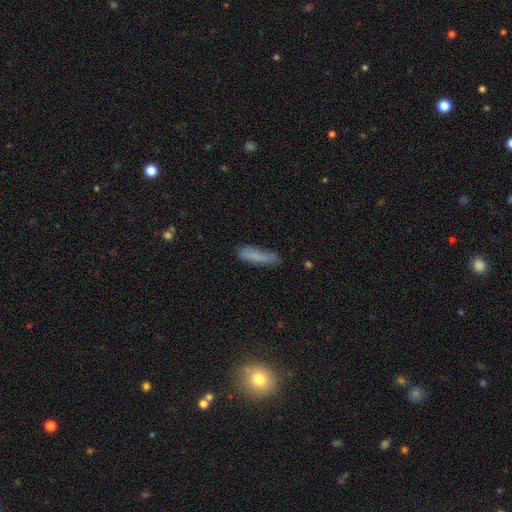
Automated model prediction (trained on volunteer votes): Morphology: type=smooth (81%); roundness=cigar-shaped (79%); merging=none (77%).